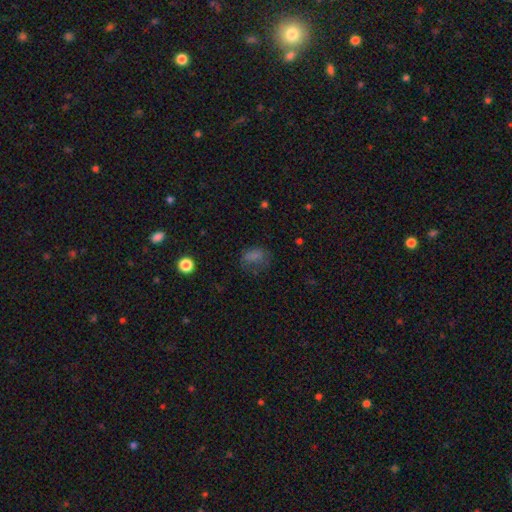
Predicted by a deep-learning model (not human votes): A smooth galaxy with no disk features (66%) that is in between round and cigar-shaped (71%). Merging: none (53%).